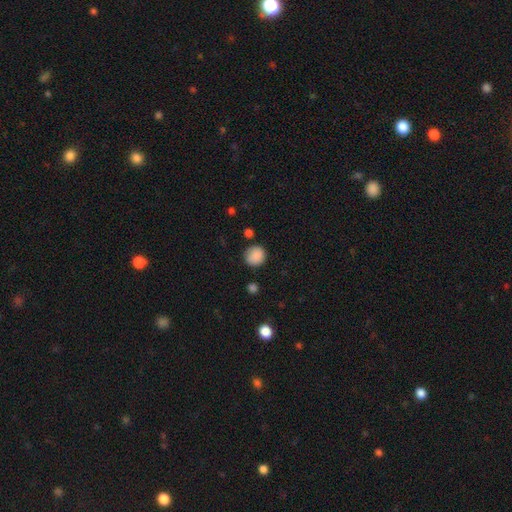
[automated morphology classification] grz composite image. It shows a smooth galaxy with no disk features (87%) that is round (90%). Merging: none (81%).